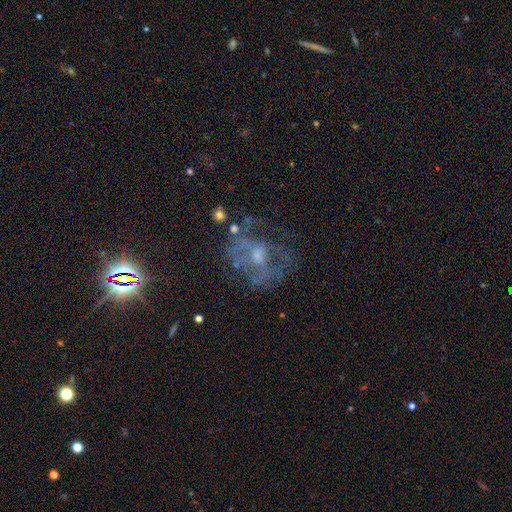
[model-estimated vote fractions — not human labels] Overall: featured or disk (62%; star or artifact 23%). Edge-on disk: no (96%). Bar: no (64%; weak 27%). Spiral arms: no (57%; yes 43%). Bulge size: moderate (42%, tied with small). Merging: none (54%; major disturbance 23%).